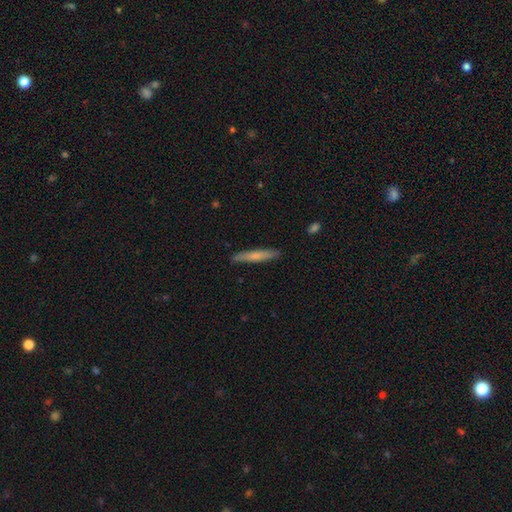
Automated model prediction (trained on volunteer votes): The model was most divided on "smooth or featured": smooth: 63%, featured or disk: 31%, star or artifact: 6%. More confident: how rounded — cigar-shaped (94%); merging — none (90%).